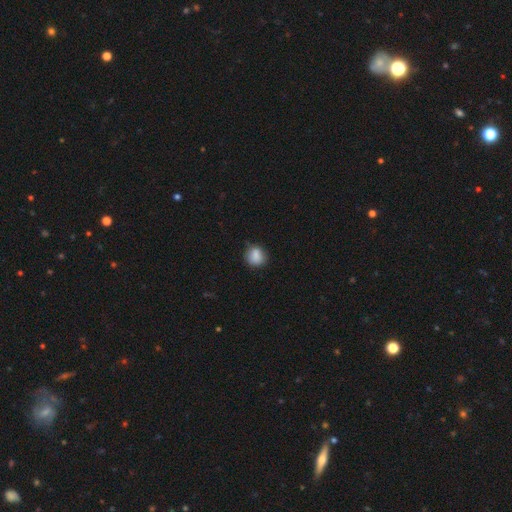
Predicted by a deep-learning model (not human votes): Overall: smooth (85%). How rounded: round (72%). Merging: none (73%).